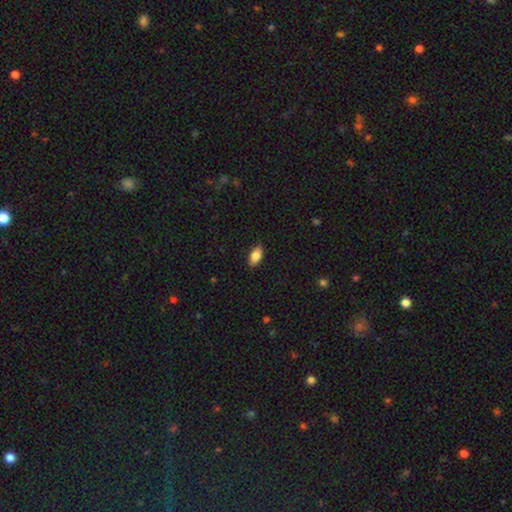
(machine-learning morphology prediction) smooth 84%, featured or disk 9%, star or artifact 7%. Down the decision tree: how rounded — in between (90%); merging — none (86%).